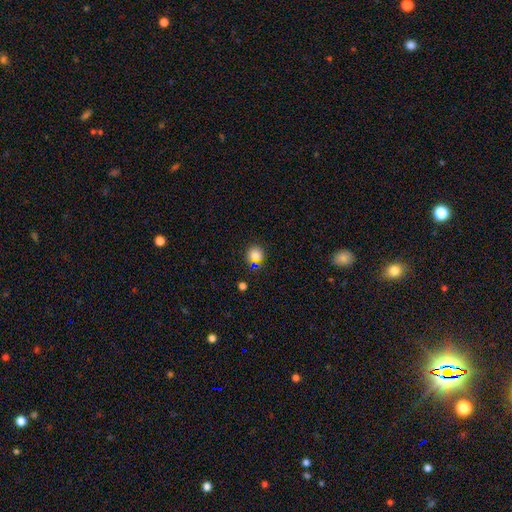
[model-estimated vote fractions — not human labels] smooth_or_featured: smooth (p=0.76) [alt: star or artifact p=0.18]
how_rounded: round (p=0.90) [alt: in between p=0.09]
merging: none (p=0.80) [alt: minor disturbance p=0.09]